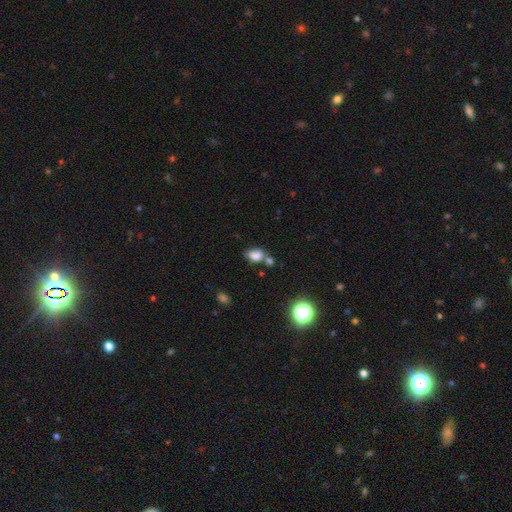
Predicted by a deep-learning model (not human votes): This is likely a smooth galaxy (78%). How rounded: likely in between (75%). Merging: possibly none (47%).